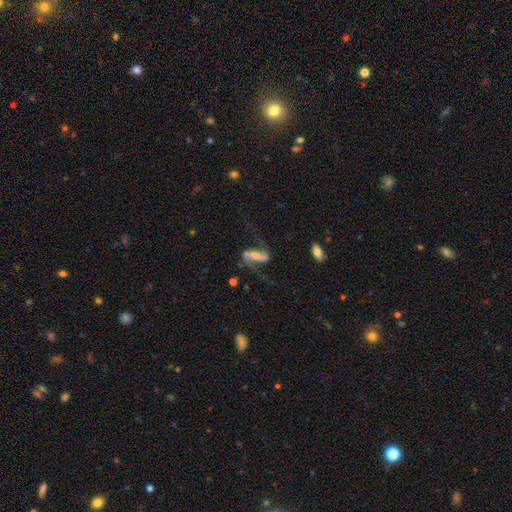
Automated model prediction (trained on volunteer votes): Overall: featured or disk (80%). Edge-on disk: no (91%). Bar: strong (52%; weak 32%). Spiral arms: yes (93%). Spiral arm count: 2 (91%). Spiral winding: loose (75%). Bulge size: moderate (34%; small 29%). Merging: none (58%; major disturbance 23%).